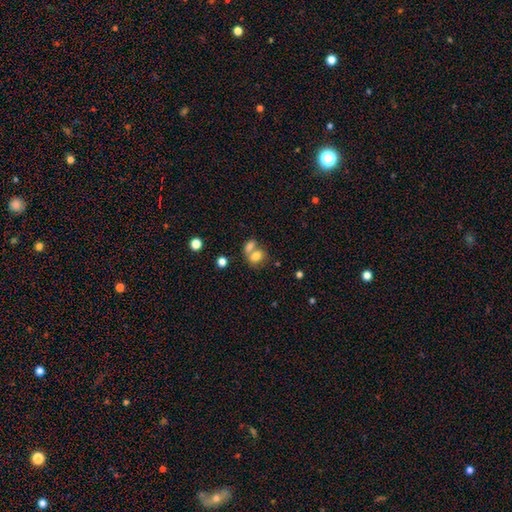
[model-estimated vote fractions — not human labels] smooth_or_featured: smooth (p=0.76) [alt: featured or disk p=0.14]
how_rounded: in between (p=0.60) [alt: round p=0.38]
merging: merger (p=0.53) [alt: none p=0.34]